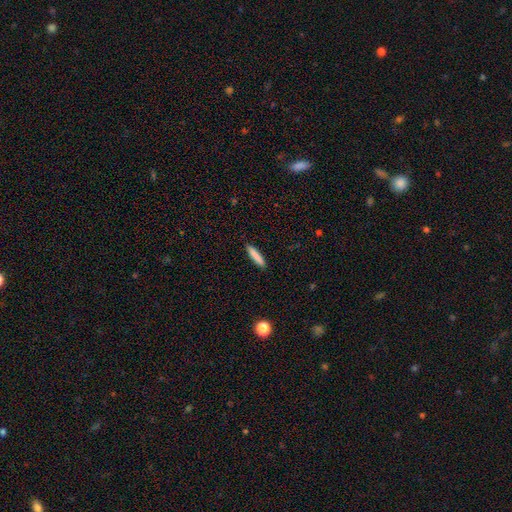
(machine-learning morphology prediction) Smooth or featured: smooth — 83% (featured or disk — 10%)
How rounded: cigar-shaped — 90% (in between — 8%)
Merging: none — 90% (minor disturbance — 7%)